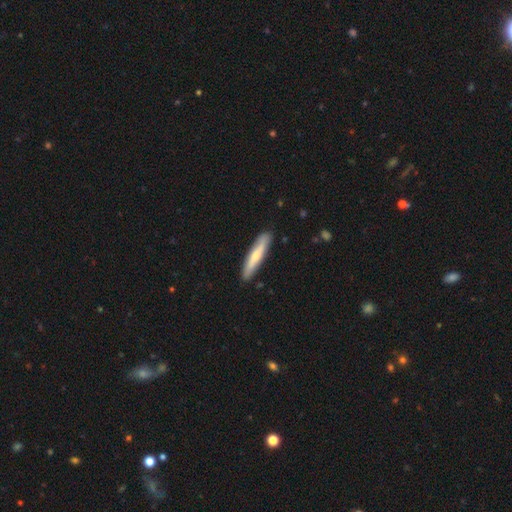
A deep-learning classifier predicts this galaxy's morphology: Smooth or featured? Predicted: smooth (p=0.55). How rounded? Predicted: cigar-shaped (p=0.88). Merging? Predicted: none (p=0.88).